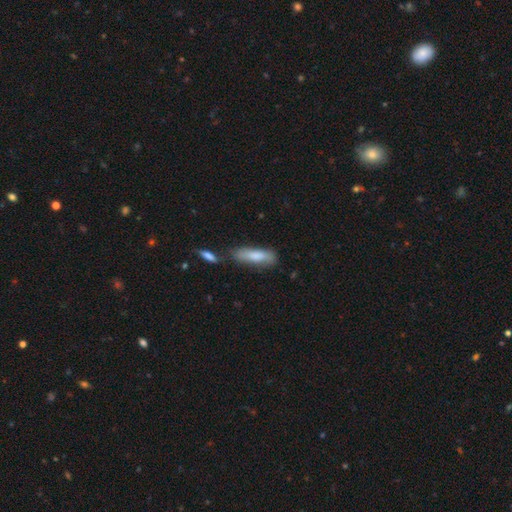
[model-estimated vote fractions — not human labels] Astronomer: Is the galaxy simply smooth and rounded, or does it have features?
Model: smooth — 78%.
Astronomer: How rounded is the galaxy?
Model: cigar-shaped — 60% (runner-up: in between, 39%).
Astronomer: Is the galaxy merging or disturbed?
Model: none — 61%.